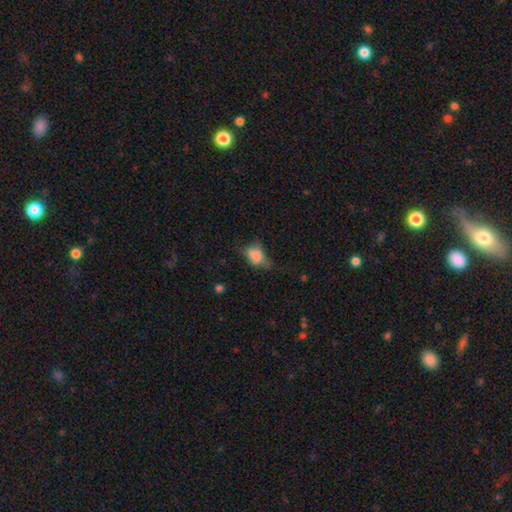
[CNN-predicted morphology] A smooth galaxy with no disk features (74%) that is in between round and cigar-shaped (78%).

Vote fractions:
- Smooth or featured? smooth: 74% / featured or disk: 16% / star or artifact: 10%
- How rounded? in between: 78% / round: 20% / cigar-shaped: 3%
- Merging? minor disturbance: 36% / none: 34% / major disturbance: 27% / merger: 3%